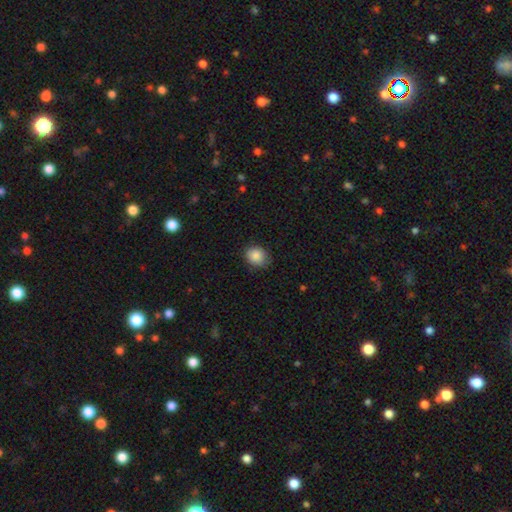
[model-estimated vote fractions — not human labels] Morphology: type=smooth (87%); roundness=round (62%); merging=none (77%).